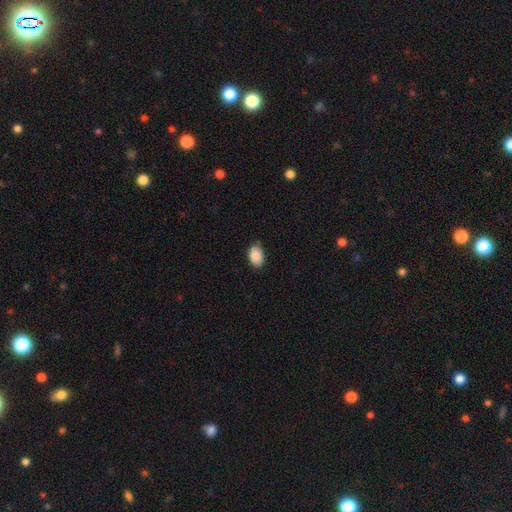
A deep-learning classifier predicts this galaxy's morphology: smooth_or_featured: smooth (p=0.90) [alt: star or artifact p=0.07]
how_rounded: in between (p=0.90) [alt: round p=0.09]
merging: none (p=0.77) [alt: minor disturbance p=0.20]